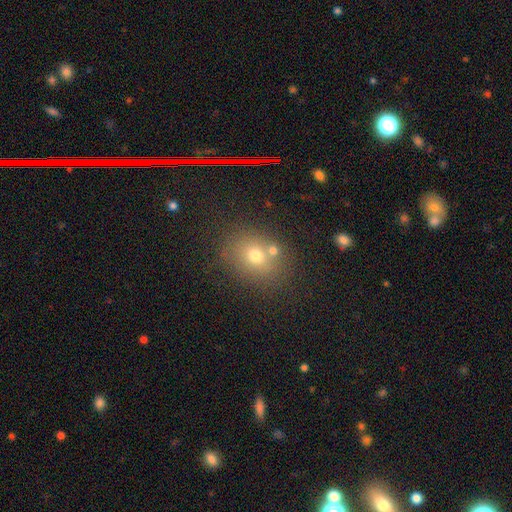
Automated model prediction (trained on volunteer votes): This appears to be a smooth galaxy with no disk features (68%) that is round (57%). Merging: none (69%).